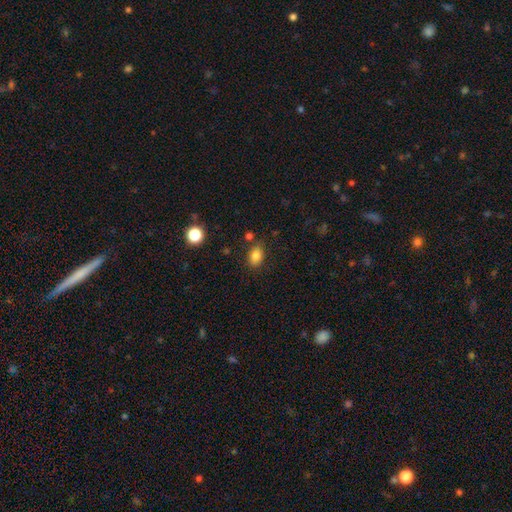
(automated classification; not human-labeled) Q: Smooth or featured?
A: smooth (83%); runner-up: star or artifact (11%)
Q: How rounded?
A: in between (80%); runner-up: round (18%)
Q: Merging?
A: none (79%); runner-up: minor disturbance (12%)